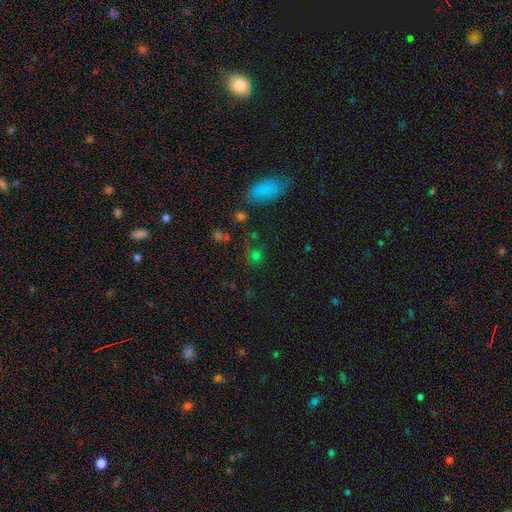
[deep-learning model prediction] Smooth or featured? Predicted: smooth (p=0.55). How rounded? Predicted: round (p=0.76). Merging? Predicted: none (p=0.64).